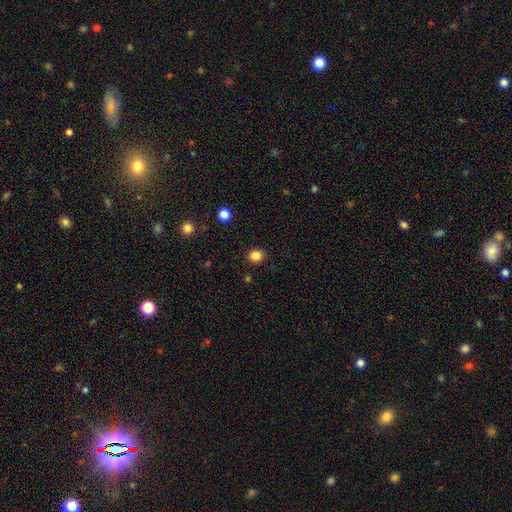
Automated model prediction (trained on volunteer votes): smooth-or-featured: smooth: 85% | star or artifact: 12% | featured or disk: 4%
  how-rounded: round: 81% | in between: 18% | cigar-shaped: 1%
  merging: none: 91% | minor disturbance: 6% | major disturbance: 2% | merger: 1%